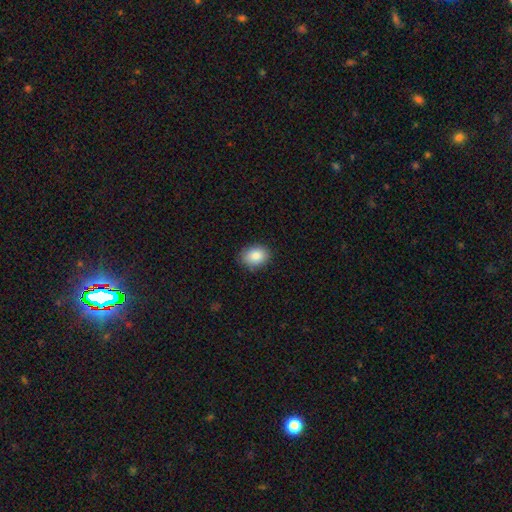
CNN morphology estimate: type=smooth (87%); roundness=in between (62%); merging=none (84%).